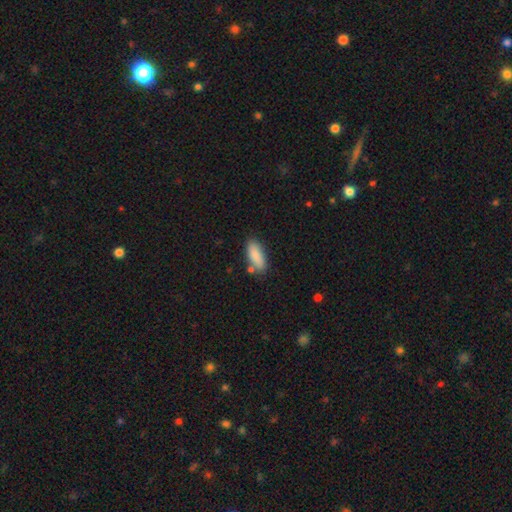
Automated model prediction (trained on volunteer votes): This appears to be a smooth galaxy with no disk features (87%) that is in between round and cigar-shaped (77%). Merging: none (75%).